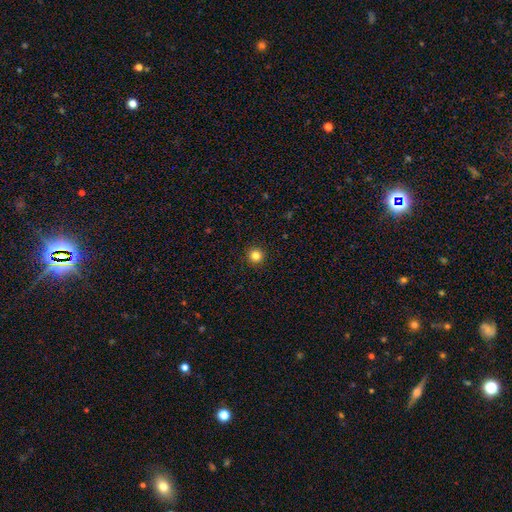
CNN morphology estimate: This is clearly a smooth galaxy (83%). How rounded: clearly round (96%). Merging: clearly none (93%).